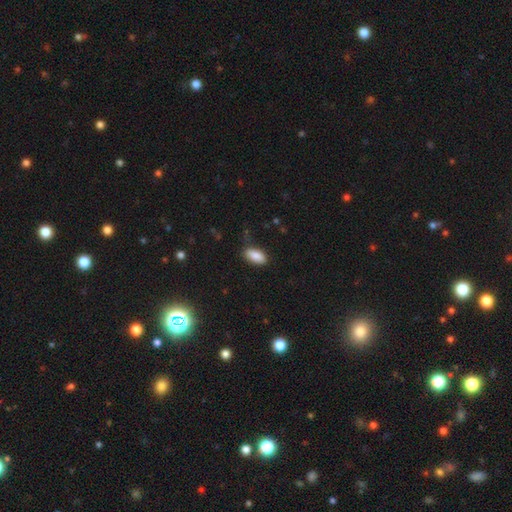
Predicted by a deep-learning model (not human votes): This appears to be a smooth galaxy with no disk features (85%) that is in between round and cigar-shaped (90%). Merging: none (77%).